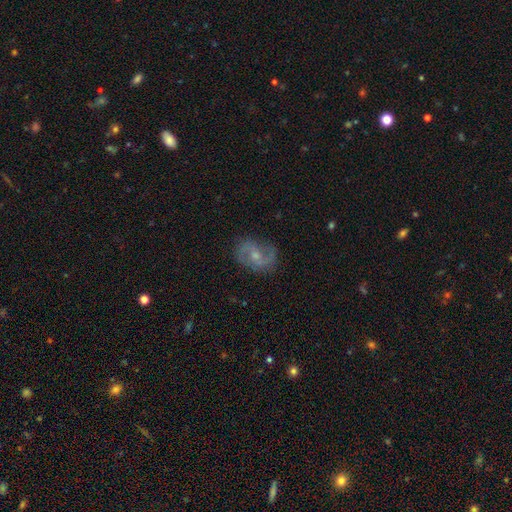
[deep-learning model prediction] This appears to be a featured or disk galaxy (80%) with no bar (47%), 2 (88%) medium (49%) spiral arms (93%) and a small central bulge (49%). Merging: none (76%).